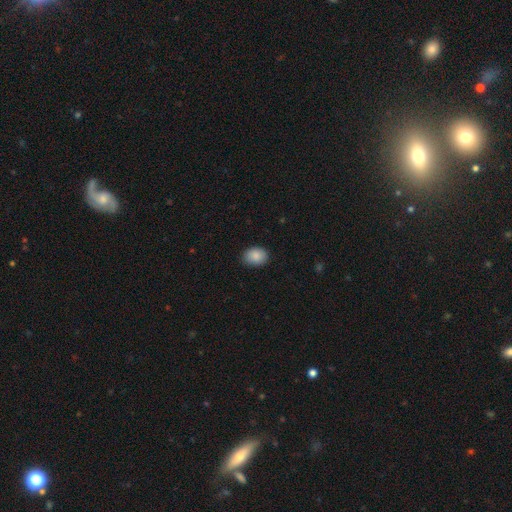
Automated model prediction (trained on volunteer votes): The model was most divided on "how rounded": in between: 68%, round: 31%, cigar-shaped: 1%. More confident: smooth or featured — smooth (88%); merging — none (85%).